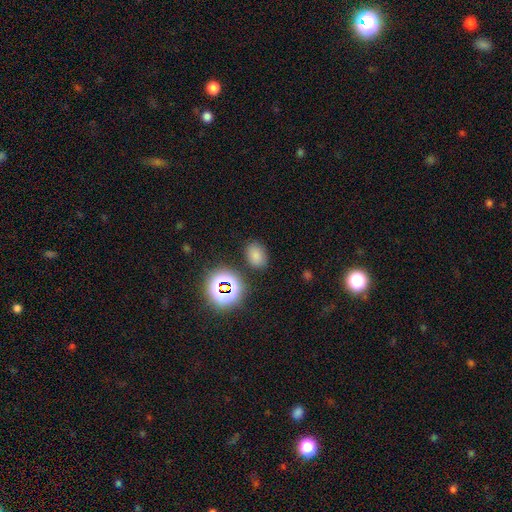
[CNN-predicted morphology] A smooth galaxy with no disk features (74%) that is in between round and cigar-shaped (77%). Merging: none (81%).